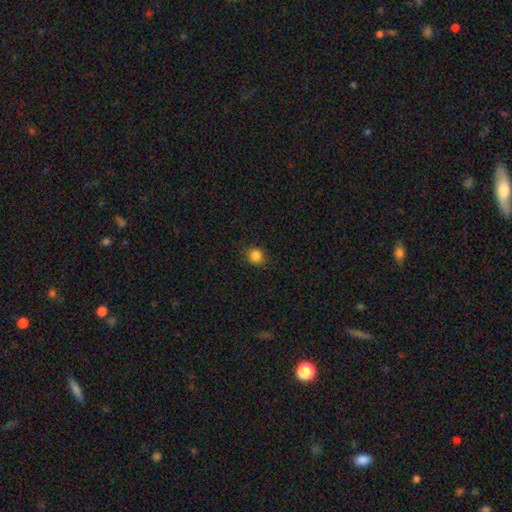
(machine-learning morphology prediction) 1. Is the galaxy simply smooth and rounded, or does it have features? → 85% smooth, 11% star or artifact, 4% featured or disk.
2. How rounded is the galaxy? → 88% round, 11% in between, 1% cigar-shaped.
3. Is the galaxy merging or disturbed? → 88% none, 9% minor disturbance, 2% major disturbance, 1% merger.